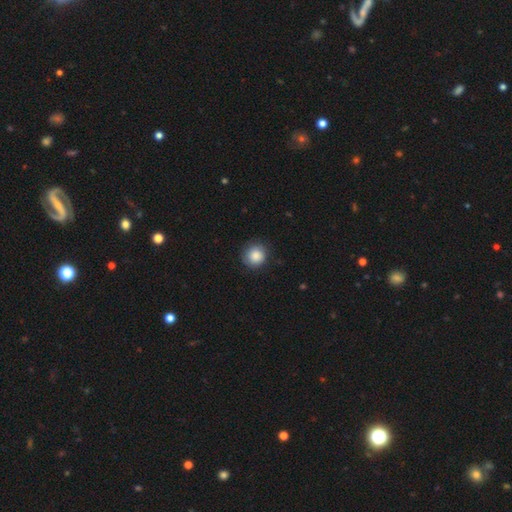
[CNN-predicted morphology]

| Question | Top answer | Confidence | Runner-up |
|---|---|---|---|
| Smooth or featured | smooth | 86% | star or artifact (8%) |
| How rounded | round | 92% | in between (7%) |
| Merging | none | 83% | minor disturbance (13%) |